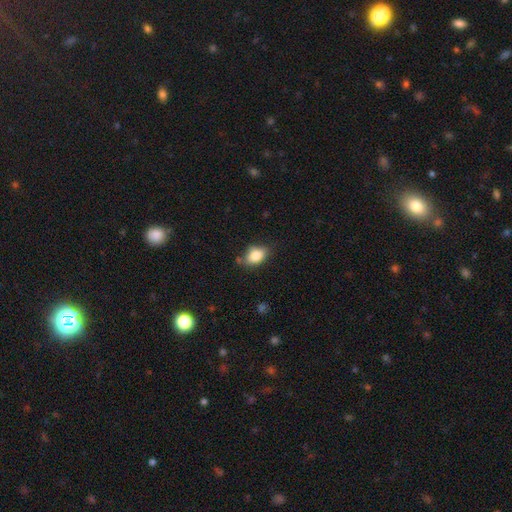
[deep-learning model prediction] Smooth or featured? smooth (83%)
How rounded? in between (82%)
Merging? none (72%)